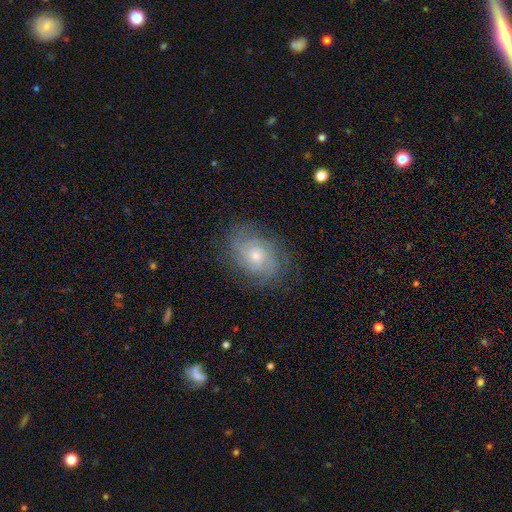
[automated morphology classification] Smooth or featured: featured or disk — 73% (smooth — 19%)
Edge-on disk: no — 96% (yes — 4%)
Bar: no — 77% (weak — 20%)
Spiral arms: yes — 91% (no — 9%)
Spiral winding: tight — 62% (medium — 29%)
Spiral arm count: can't tell — 45% (2 — 17%)
Bulge size: small — 58% (moderate — 37%)
Merging: none — 77% (minor disturbance — 15%)